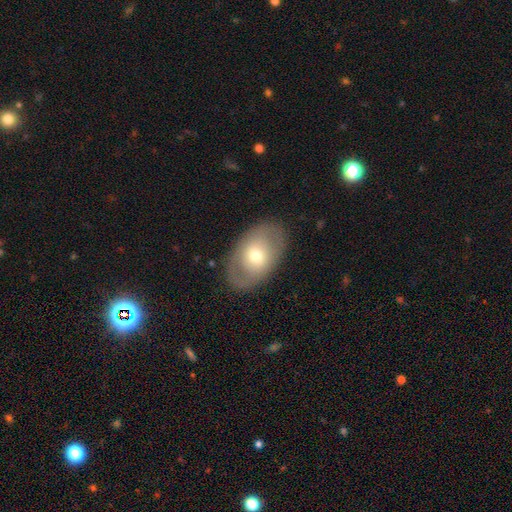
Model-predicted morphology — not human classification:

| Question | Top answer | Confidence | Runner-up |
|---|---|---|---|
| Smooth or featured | smooth | 55% | featured or disk (38%) |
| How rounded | in between | 84% | round (15%) |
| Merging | none | 83% | minor disturbance (11%) |